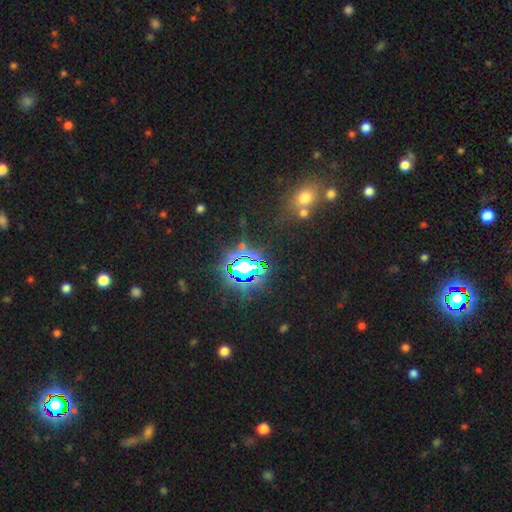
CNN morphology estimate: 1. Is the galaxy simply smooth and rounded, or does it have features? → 72% star or artifact, 20% smooth, 8% featured or disk.